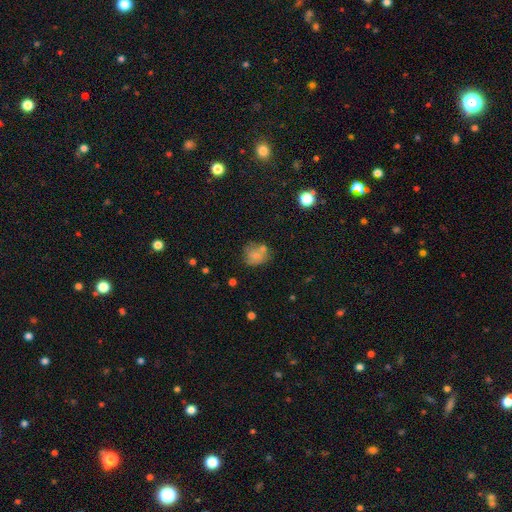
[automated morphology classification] Smooth or featured: smooth — 67% (featured or disk — 22%)
How rounded: round — 63% (in between — 36%)
Merging: none — 48% (merger — 23%)